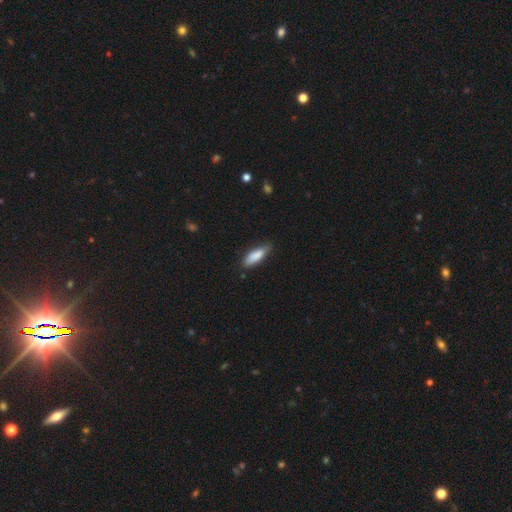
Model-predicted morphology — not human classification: smooth 84%, featured or disk 10%, star or artifact 6%. Down the decision tree: how rounded — in between (55%); merging — none (73%).